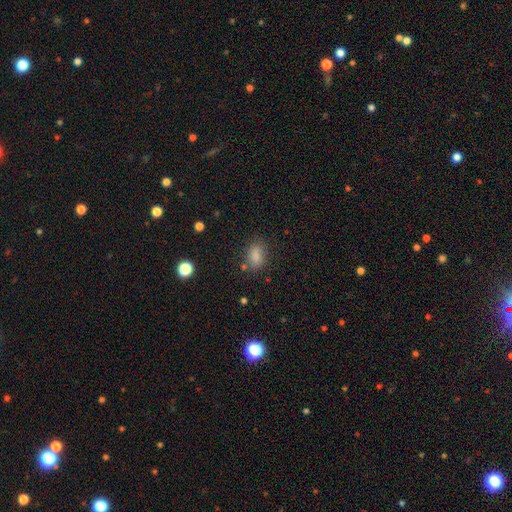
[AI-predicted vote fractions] Smooth or featured: smooth — 83% (star or artifact — 11%)
How rounded: in between — 81% (round — 15%)
Merging: none — 74% (minor disturbance — 16%)